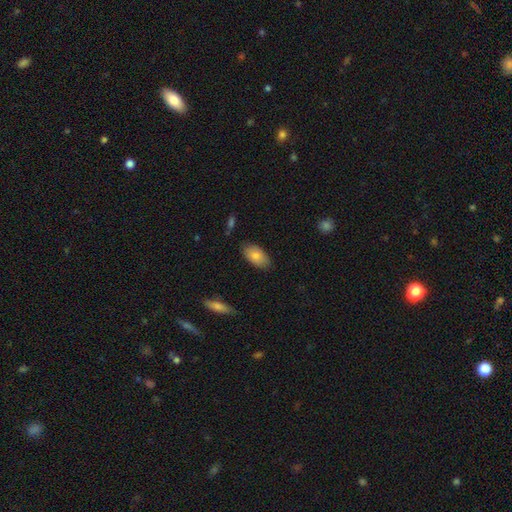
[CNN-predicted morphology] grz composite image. It shows a smooth galaxy with no disk features (80%) that is in between round and cigar-shaped (93%). Merging: none (82%).